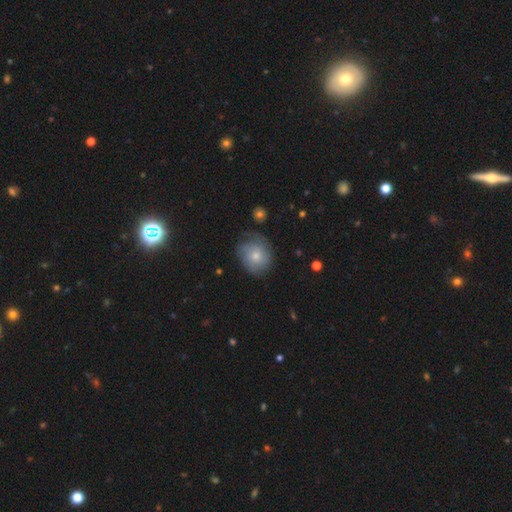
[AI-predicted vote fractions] This is possibly a smooth galaxy (59%). How rounded: likely round (73%). Merging: likely none (61%).